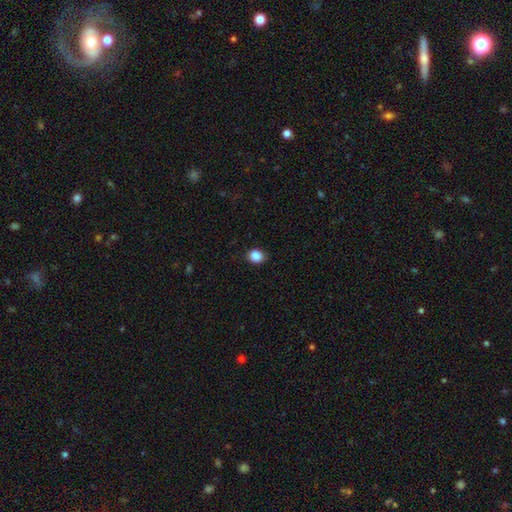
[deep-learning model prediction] smooth_or_featured: smooth (p=0.87) [alt: star or artifact p=0.10]
how_rounded: round (p=0.63) [alt: in between p=0.36]
merging: none (p=0.88) [alt: minor disturbance p=0.09]